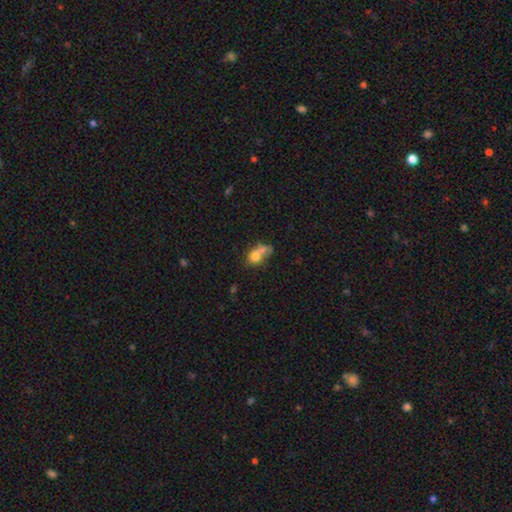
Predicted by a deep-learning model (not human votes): Smooth or featured: smooth — 68% (featured or disk — 20%)
How rounded: in between — 55% (round — 41%)
Merging: merger — 47% (none — 26%)